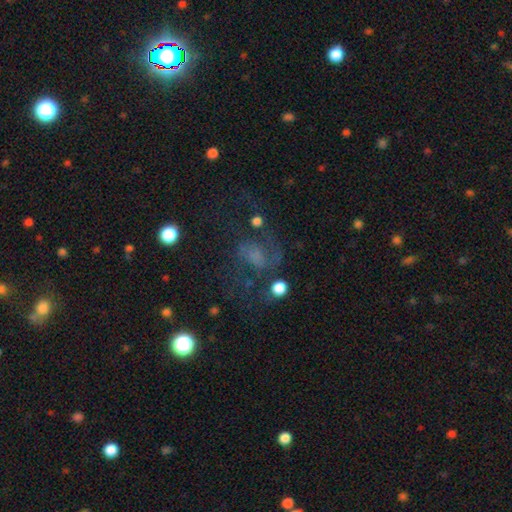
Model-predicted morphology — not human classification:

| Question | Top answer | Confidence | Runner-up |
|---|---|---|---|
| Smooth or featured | featured or disk | 50% | smooth (28%) |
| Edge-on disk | no | 97% | yes (3%) |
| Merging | none | 46% | major disturbance (31%) |